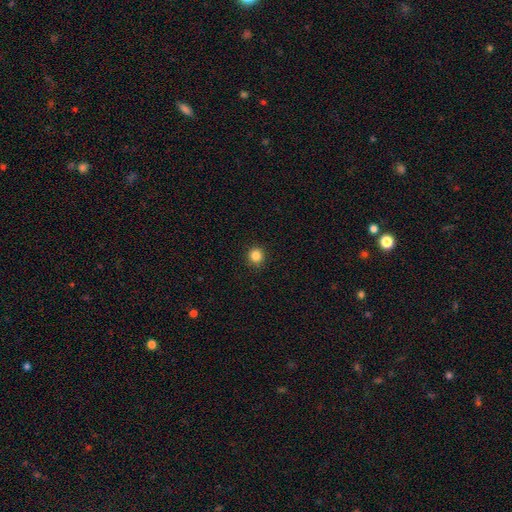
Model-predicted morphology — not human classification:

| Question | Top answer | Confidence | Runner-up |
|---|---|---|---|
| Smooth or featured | smooth | 85% | star or artifact (11%) |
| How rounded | round | 94% | in between (5%) |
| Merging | none | 92% | minor disturbance (5%) |